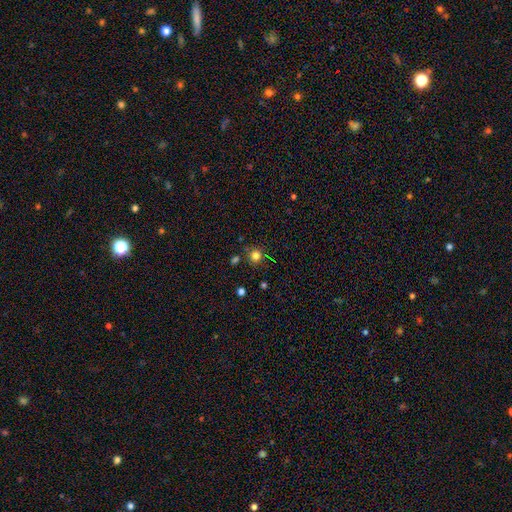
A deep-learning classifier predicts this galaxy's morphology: Overall: smooth (78%). How rounded: round (92%). Merging: none (82%).